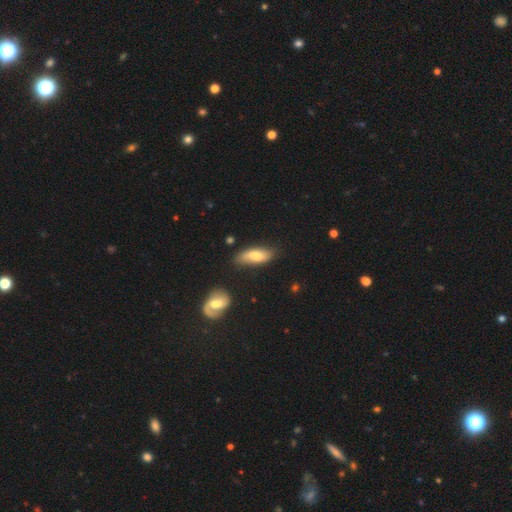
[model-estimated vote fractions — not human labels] A smooth galaxy with no disk features (68%) that is in between round and cigar-shaped (74%).

Vote fractions:
- Smooth or featured? smooth: 68% / featured or disk: 26% / star or artifact: 6%
- How rounded? in between: 74% / cigar-shaped: 23% / round: 3%
- Merging? none: 69% / minor disturbance: 22% / major disturbance: 5% / merger: 4%